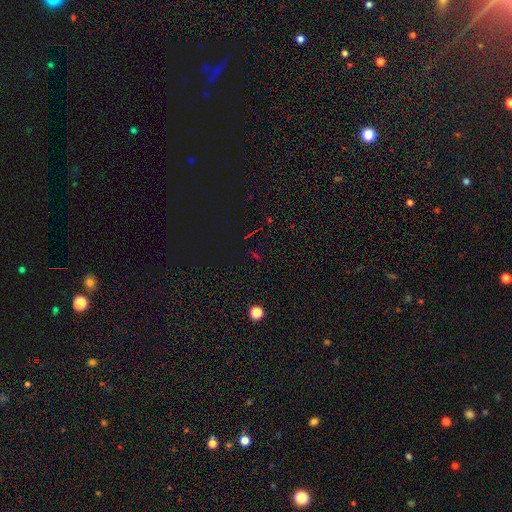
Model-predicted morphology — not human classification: star or artifact 69%, smooth 19%, featured or disk 12%.